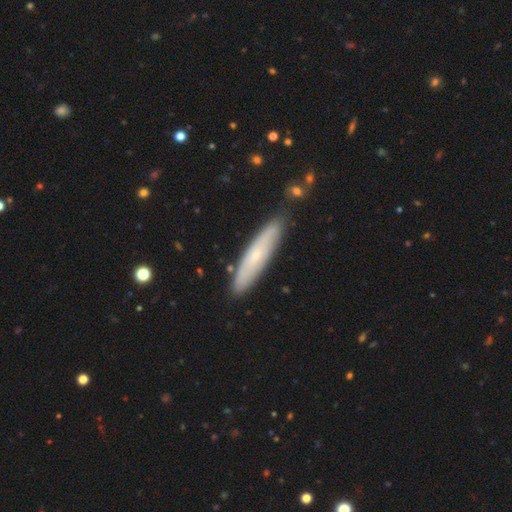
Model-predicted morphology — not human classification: Smooth or featured?
  - smooth: 50% *
  - featured or disk: 43%
  - star or artifact: 6%
How rounded?
  - cigar-shaped: 85% *
  - in between: 13%
  - round: 1%
Merging?
  - none: 86% *
  - minor disturbance: 11%
  - merger: 2%
  - major disturbance: 2%